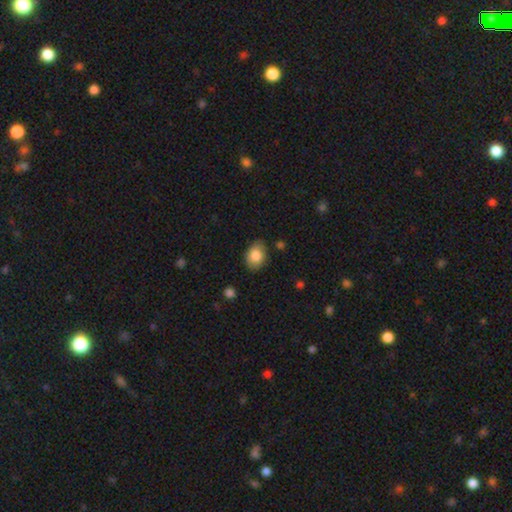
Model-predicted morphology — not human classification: Smooth or featured? Predicted: smooth (p=0.84). How rounded? Predicted: in between (p=0.76). Merging? Predicted: none (p=0.80).